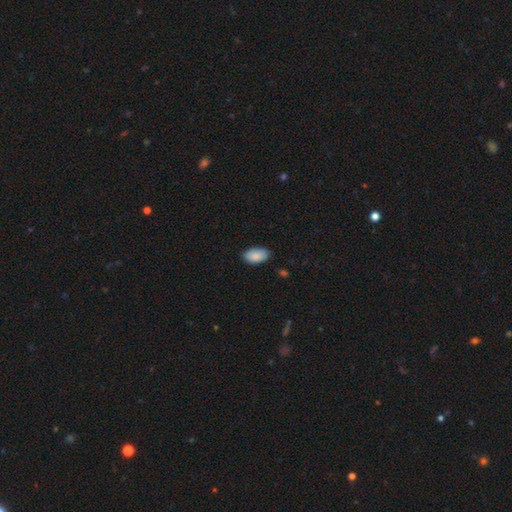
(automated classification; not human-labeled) Morphology: type=smooth (87%); roundness=in between (94%); merging=none (82%).